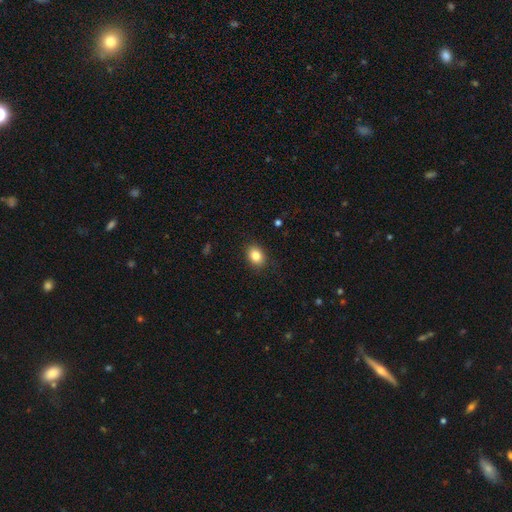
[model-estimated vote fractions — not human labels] A smooth galaxy with no disk features (84%) that is in between round and cigar-shaped (62%).

Vote fractions:
- Smooth or featured? smooth: 84% / star or artifact: 10% / featured or disk: 6%
- How rounded? in between: 62% / round: 37% / cigar-shaped: 1%
- Merging? none: 88% / minor disturbance: 9% / major disturbance: 2% / merger: 1%